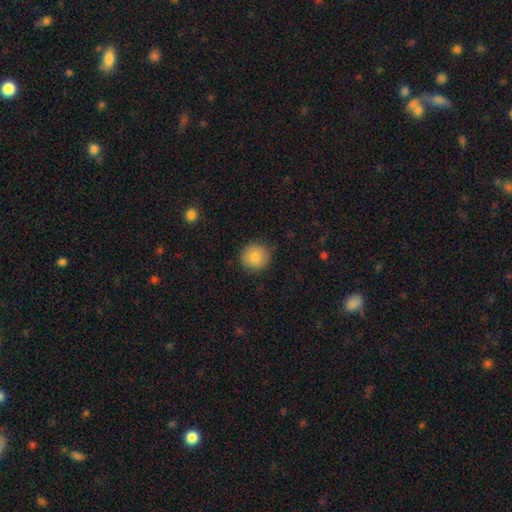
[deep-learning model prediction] Smooth or featured? Predicted: smooth (p=0.84). How rounded? Predicted: round (p=0.93). Merging? Predicted: none (p=0.88).